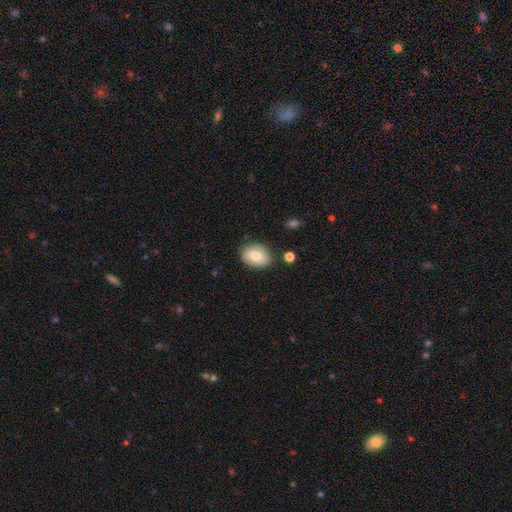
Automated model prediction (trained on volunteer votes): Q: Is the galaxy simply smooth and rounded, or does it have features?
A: smooth — 77%.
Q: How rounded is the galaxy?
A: in between — 75%.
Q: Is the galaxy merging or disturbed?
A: none — 83%.